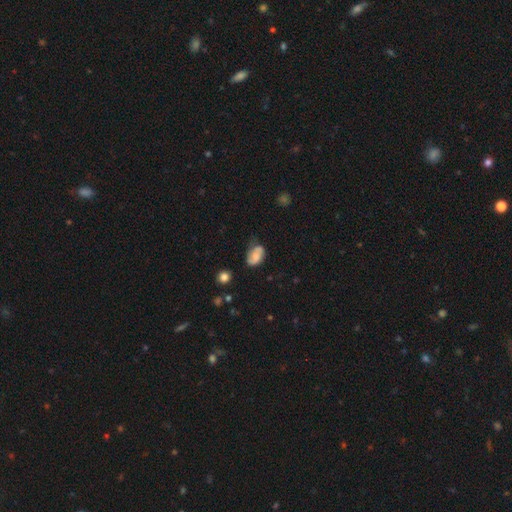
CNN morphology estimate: Q: Smooth or featured?
A: smooth (56%); runner-up: featured or disk (35%)
Q: How rounded?
A: in between (85%); runner-up: round (13%)
Q: Merging?
A: none (45%); runner-up: minor disturbance (36%)